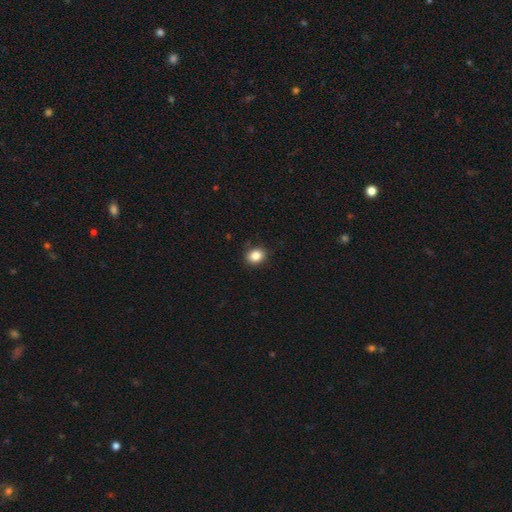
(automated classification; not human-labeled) Smooth or featured: smooth — 85% (star or artifact — 10%)
How rounded: round — 58% (in between — 41%)
Merging: none — 88% (minor disturbance — 9%)